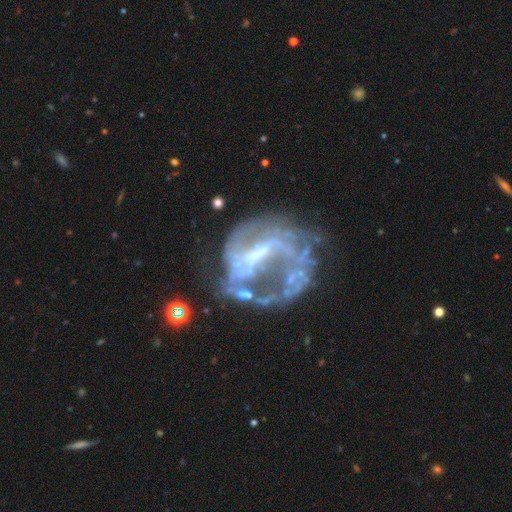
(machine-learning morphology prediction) This appears to be a featured or disk galaxy (82%) with a weak bar (41%), 2 (38%) loose (40%) spiral arms (69%) and no central bulge (39%). Merging: major disturbance (40%).